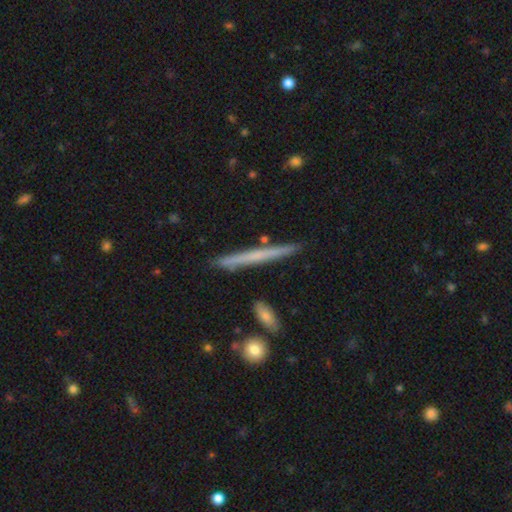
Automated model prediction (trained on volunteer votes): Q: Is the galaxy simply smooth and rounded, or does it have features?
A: featured or disk — 49%.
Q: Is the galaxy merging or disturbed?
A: none — 89%.